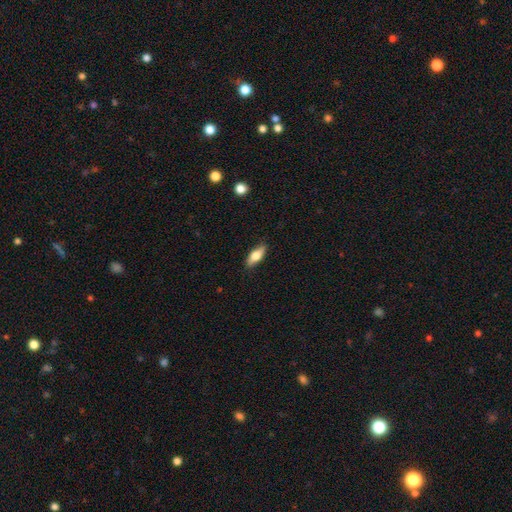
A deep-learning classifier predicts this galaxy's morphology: This appears to be a smooth galaxy with no disk features (66%) that is in between round and cigar-shaped (65%). Merging: none (87%).